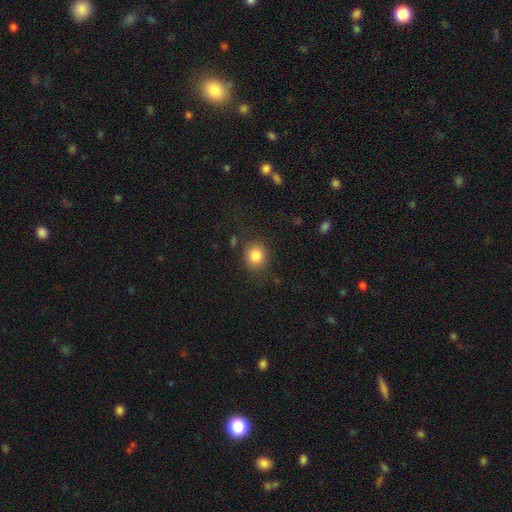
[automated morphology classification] Smooth or featured?
  - smooth: 83% *
  - star or artifact: 10%
  - featured or disk: 6%
How rounded?
  - round: 83% *
  - in between: 17%
  - cigar-shaped: 1%
Merging?
  - none: 83% *
  - minor disturbance: 11%
  - major disturbance: 4%
  - merger: 2%